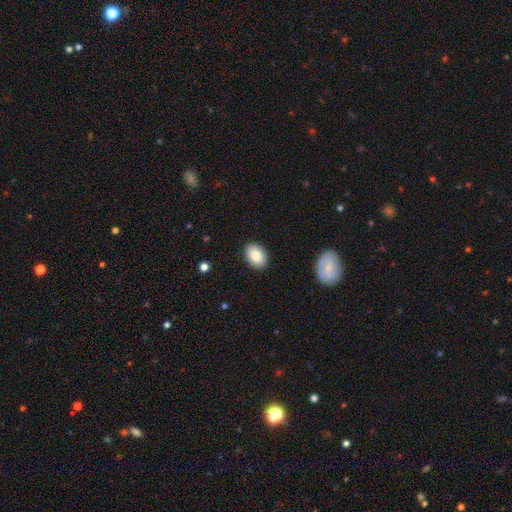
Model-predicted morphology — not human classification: Smooth or featured? Predicted: smooth (p=0.84). How rounded? Predicted: in between (p=0.82). Merging? Predicted: none (p=0.89).